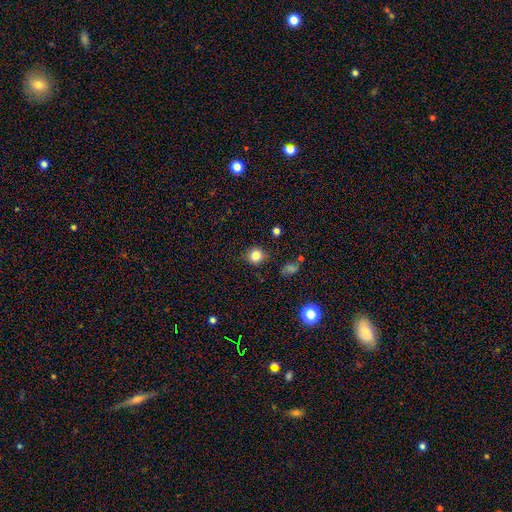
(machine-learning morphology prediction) Smooth or featured?
  - smooth: 83% *
  - star or artifact: 12%
  - featured or disk: 5%
How rounded?
  - round: 90% *
  - in between: 9%
  - cigar-shaped: 1%
Merging?
  - none: 87% *
  - minor disturbance: 8%
  - major disturbance: 3%
  - merger: 2%